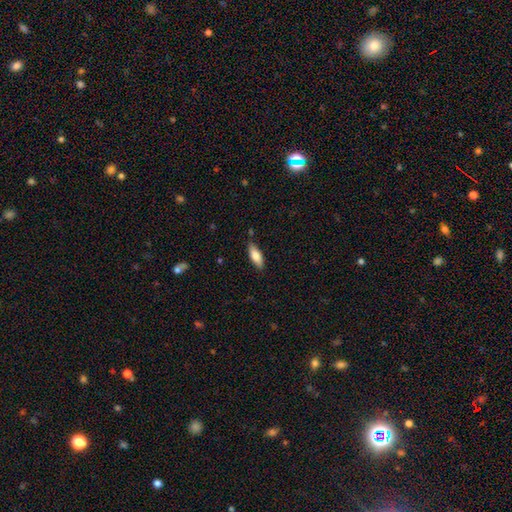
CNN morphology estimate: type=smooth (76%); roundness=in between (68%); merging=none (83%).